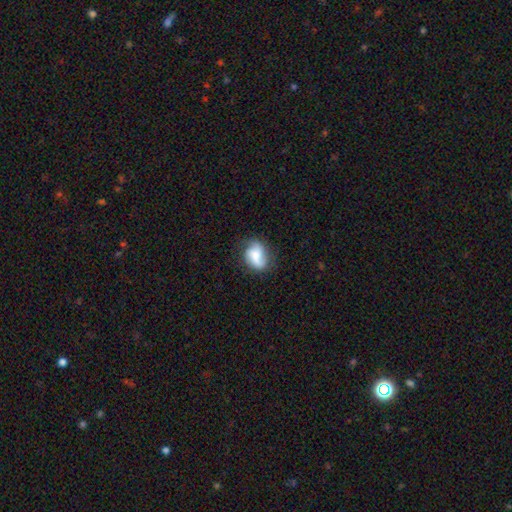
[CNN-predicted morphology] smooth-or-featured: featured or disk: 50% | smooth: 41% | star or artifact: 9%
  disk-edge-on: no: 97% | yes: 3%
  merging: none: 63% | minor disturbance: 24% | major disturbance: 11% | merger: 2%